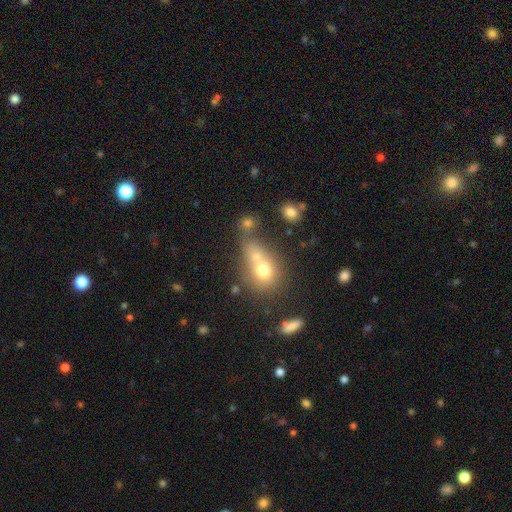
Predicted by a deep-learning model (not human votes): Smooth or featured: smooth — 68% (featured or disk — 18%)
How rounded: round — 57% (in between — 41%)
Merging: merger — 59% (none — 25%)